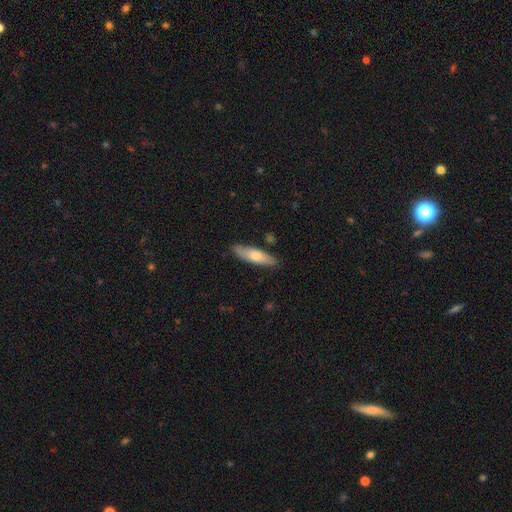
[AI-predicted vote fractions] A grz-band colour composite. It shows a smooth galaxy with no disk features (64%) that is cigar-shaped (59%). Merging: none (84%).